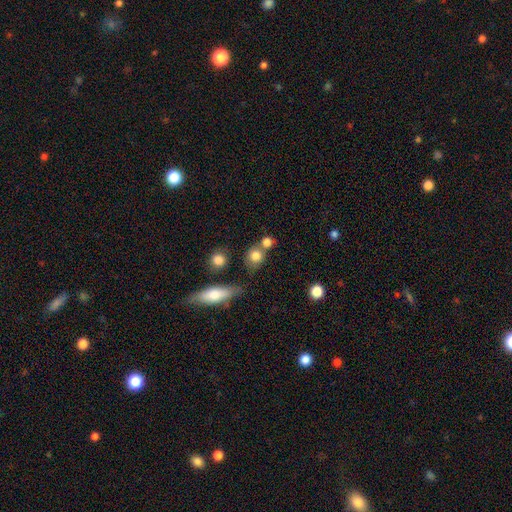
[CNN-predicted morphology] Smooth or featured?
  - smooth: 80% *
  - star or artifact: 10%
  - featured or disk: 10%
How rounded?
  - round: 72% *
  - in between: 25%
  - cigar-shaped: 3%
Merging?
  - none: 52% *
  - merger: 31%
  - minor disturbance: 12%
  - major disturbance: 5%